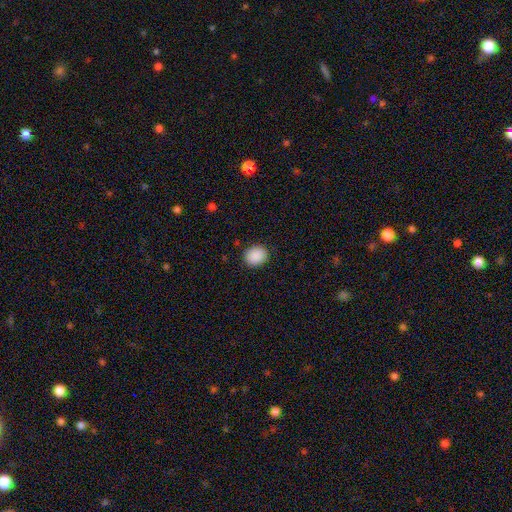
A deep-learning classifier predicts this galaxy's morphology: Overall: smooth (90%). How rounded: round (68%; in between 31%). Merging: none (89%).